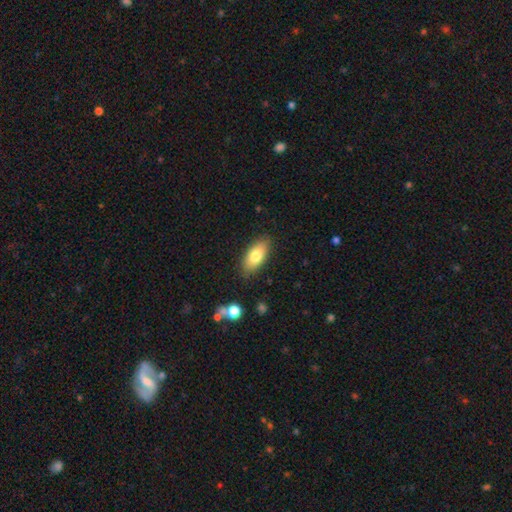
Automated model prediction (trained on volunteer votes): Smooth or featured? smooth (77%)
How rounded? in between (87%)
Merging? none (85%)